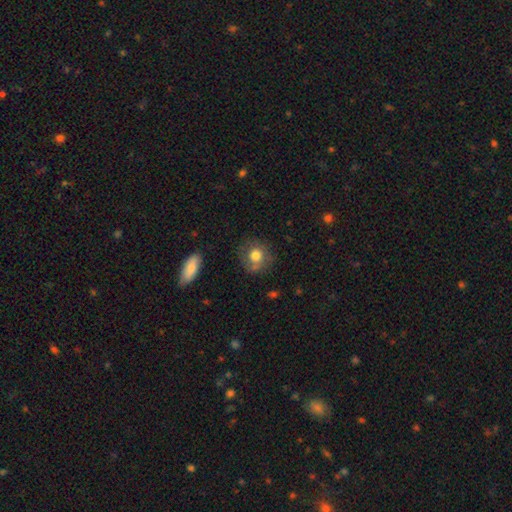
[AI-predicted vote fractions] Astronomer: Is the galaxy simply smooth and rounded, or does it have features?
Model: smooth — 68%.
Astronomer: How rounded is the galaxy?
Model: round — 84%.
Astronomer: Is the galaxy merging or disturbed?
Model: none — 69%.